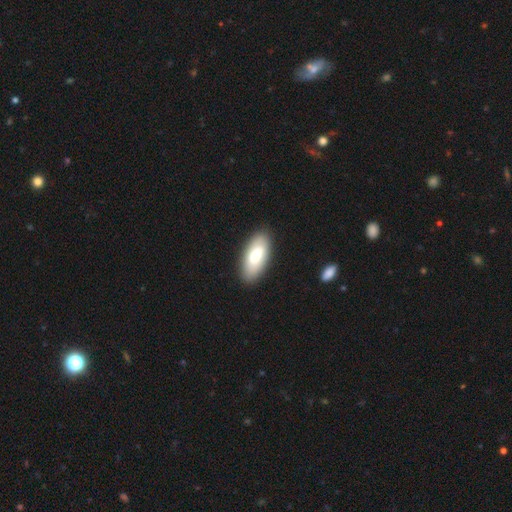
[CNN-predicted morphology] Smooth or featured: smooth — 77% (featured or disk — 17%)
How rounded: in between — 87% (cigar-shaped — 11%)
Merging: none — 86% (minor disturbance — 10%)